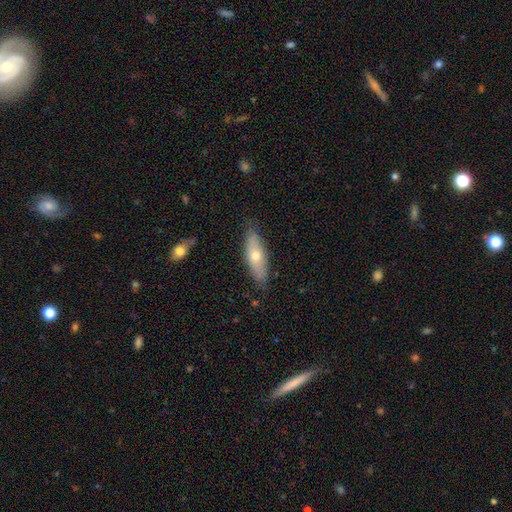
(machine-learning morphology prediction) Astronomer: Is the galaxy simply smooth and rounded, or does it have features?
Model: smooth — 56% (runner-up: featured or disk, 38%).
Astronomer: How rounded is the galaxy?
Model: in between — 55% (runner-up: cigar-shaped, 42%).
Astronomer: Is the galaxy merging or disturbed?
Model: none — 82%.